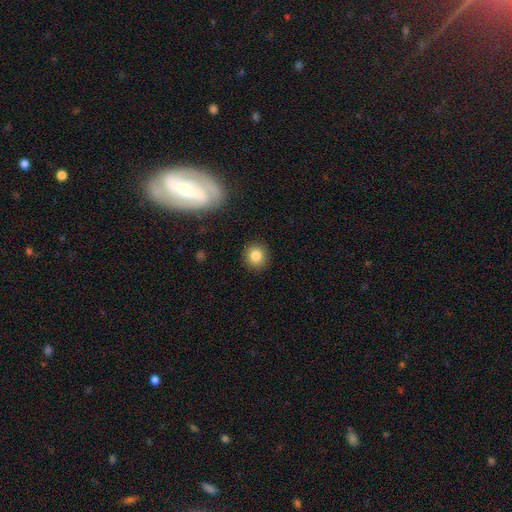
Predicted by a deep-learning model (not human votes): Morphology: type=smooth (84%); roundness=round (89%); merging=none (91%).